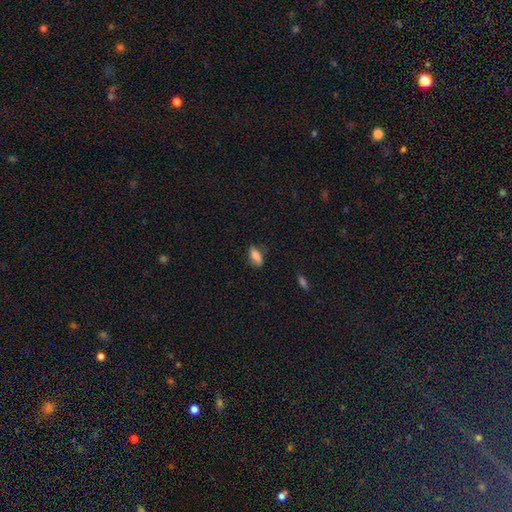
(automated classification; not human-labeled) The model was most divided on "merging": none: 72%, minor disturbance: 22%, major disturbance: 5%, merger: 2%. More confident: smooth or featured — smooth (82%); how rounded — in between (77%).